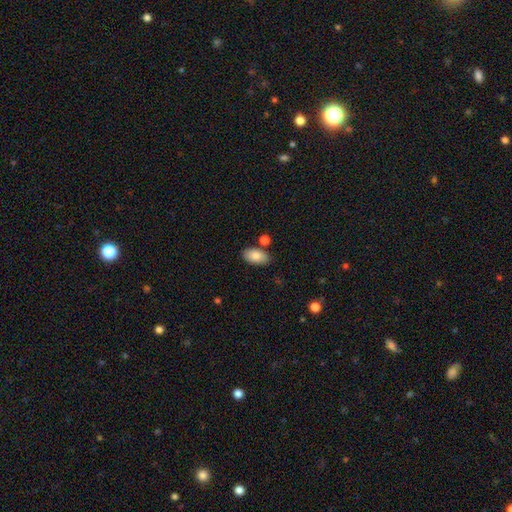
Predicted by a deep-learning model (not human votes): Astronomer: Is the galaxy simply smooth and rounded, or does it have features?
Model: smooth — 85%.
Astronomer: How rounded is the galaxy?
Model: in between — 94%.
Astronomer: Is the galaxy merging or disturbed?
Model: none — 79%.